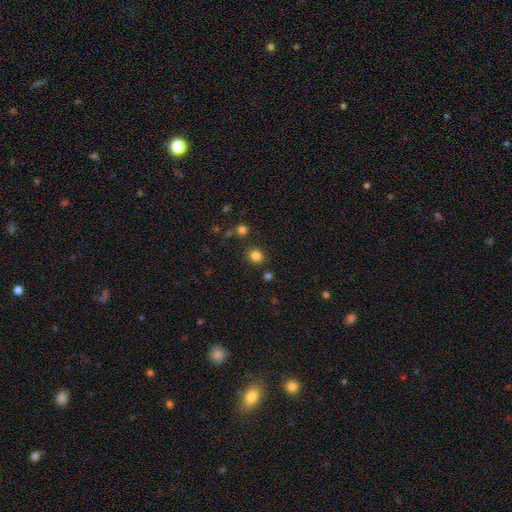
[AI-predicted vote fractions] Overall: smooth (82%). How rounded: round (80%). Merging: none (85%).